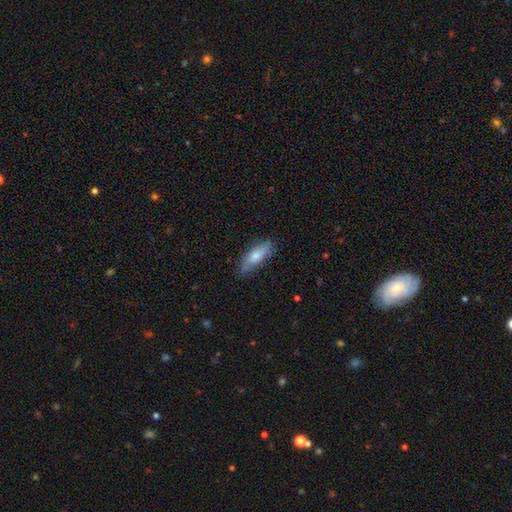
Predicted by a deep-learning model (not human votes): This appears to be a smooth galaxy with no disk features (62%) that is cigar-shaped (49%). Merging: none (80%).